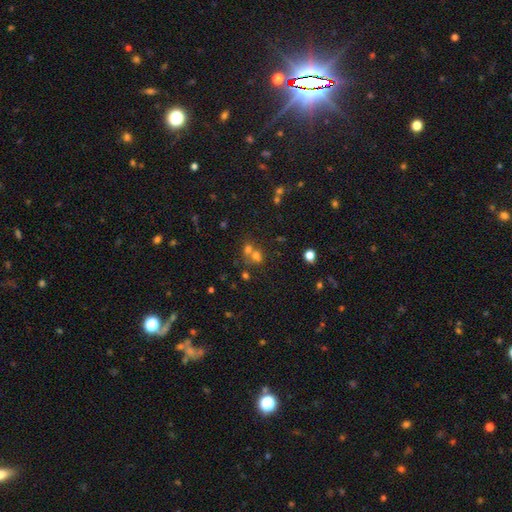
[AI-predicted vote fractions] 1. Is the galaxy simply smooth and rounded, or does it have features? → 63% smooth, 22% star or artifact, 15% featured or disk.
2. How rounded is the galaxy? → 71% round, 28% in between, 1% cigar-shaped.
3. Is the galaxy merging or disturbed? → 55% merger, 34% none, 7% minor disturbance, 4% major disturbance.